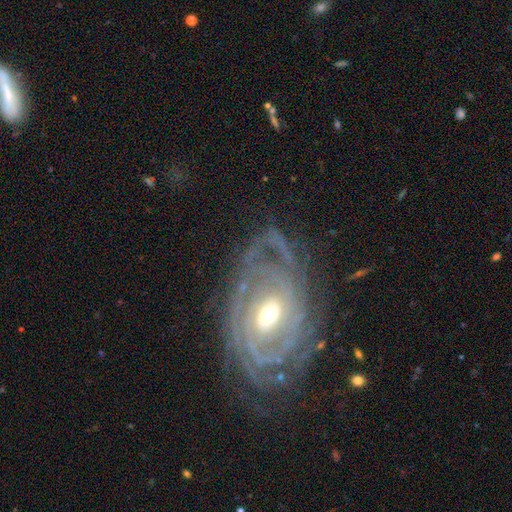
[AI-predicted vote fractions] featured or disk 87%, smooth 7%, star or artifact 6%. Down the decision tree: edge-on disk — no (94%); bar — weak (39%); spiral arms — yes (93%); spiral arm count — can't tell (37%); spiral winding — tight (77%); bulge size — moderate (63%); merging — none (74%).